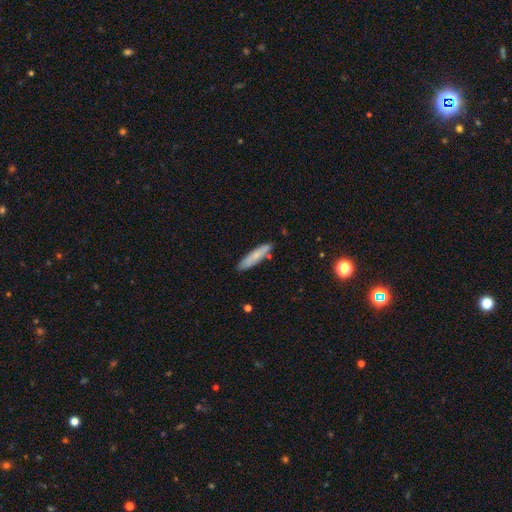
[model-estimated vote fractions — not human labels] smooth 73%, featured or disk 21%, star or artifact 6%. Down the decision tree: how rounded — cigar-shaped (84%); merging — none (85%).